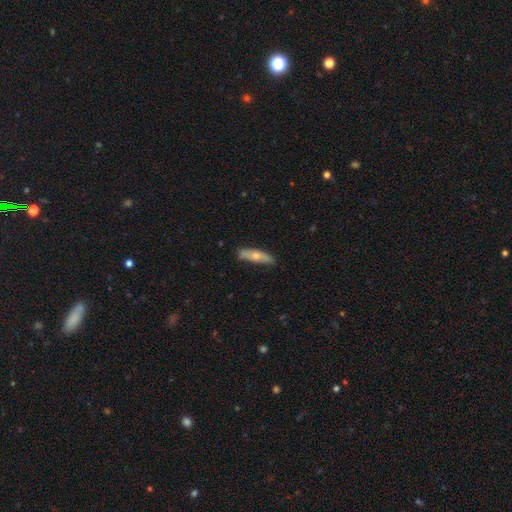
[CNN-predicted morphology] A smooth galaxy with no disk features (50%).

Vote fractions:
- Smooth or featured? smooth: 50% / featured or disk: 43% / star or artifact: 7%
- Merging? none: 81% / minor disturbance: 15% / major disturbance: 3% / merger: 2%